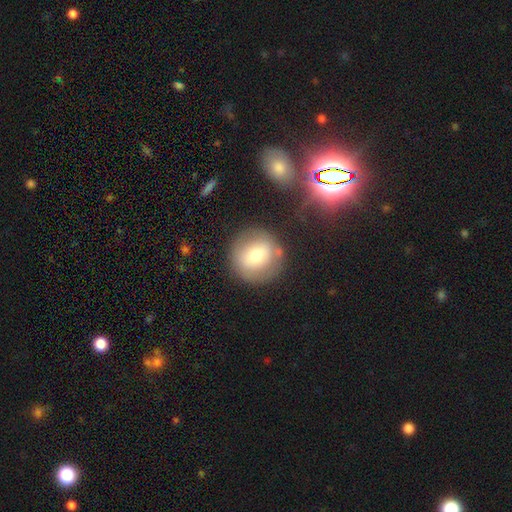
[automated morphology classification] A smooth galaxy with no disk features (65%) that is round (91%). Merging: none (80%).